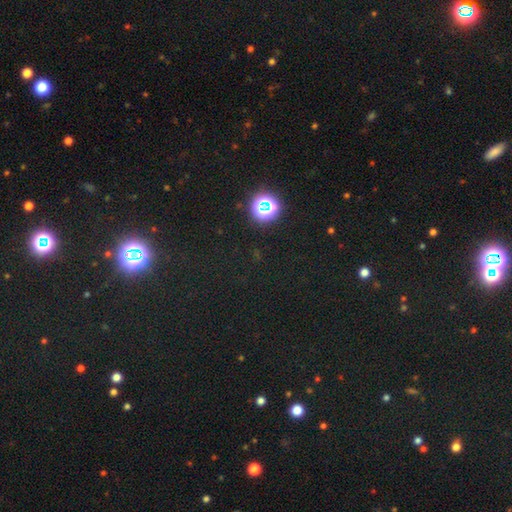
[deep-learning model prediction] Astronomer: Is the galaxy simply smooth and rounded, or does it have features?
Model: star or artifact — 74%.